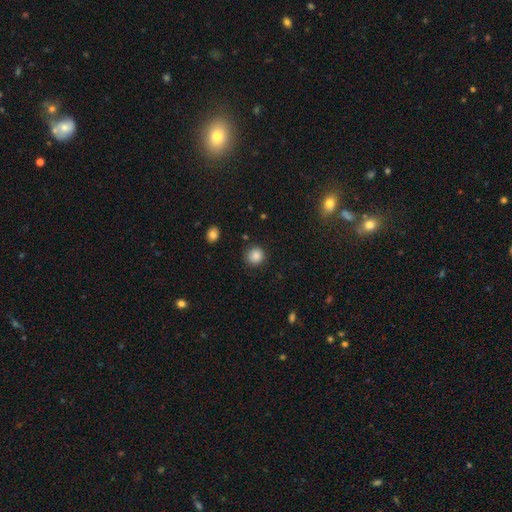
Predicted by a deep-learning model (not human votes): Smooth or featured: smooth — 86% (star or artifact — 10%)
How rounded: round — 91% (in between — 8%)
Merging: none — 86% (minor disturbance — 9%)